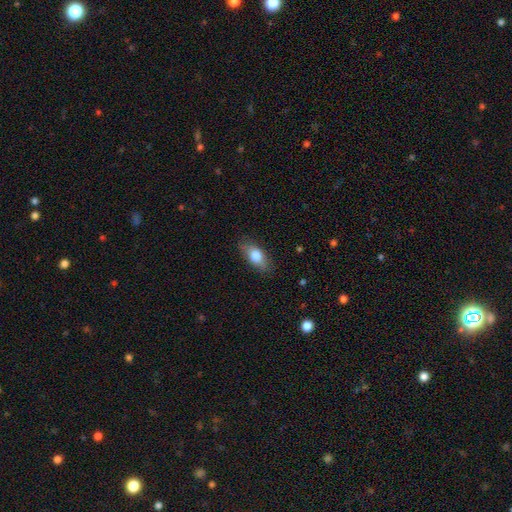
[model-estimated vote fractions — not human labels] smooth-or-featured: smooth: 76% | featured or disk: 17% | star or artifact: 7%
  how-rounded: in between: 83% | cigar-shaped: 12% | round: 5%
  merging: none: 83% | minor disturbance: 13% | major disturbance: 3% | merger: 1%